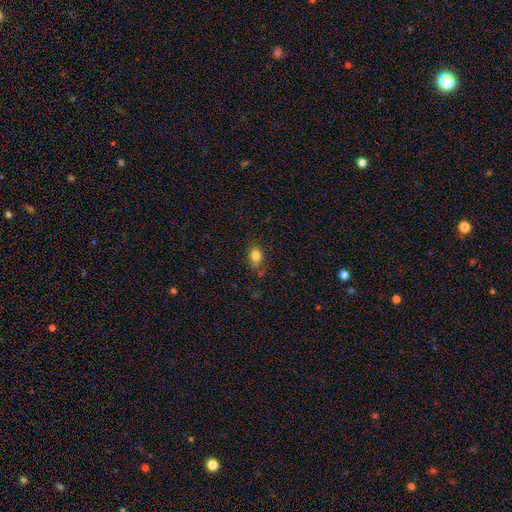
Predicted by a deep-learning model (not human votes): A smooth galaxy with no disk features (80%) that is in between round and cigar-shaped (70%). Merging: none (74%).